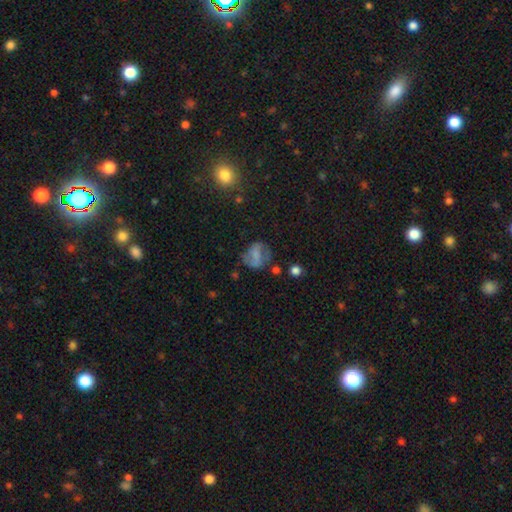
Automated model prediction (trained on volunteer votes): Q: Smooth or featured?
A: smooth (48%); runner-up: featured or disk (39%)
Q: Merging?
A: none (54%); runner-up: minor disturbance (23%)